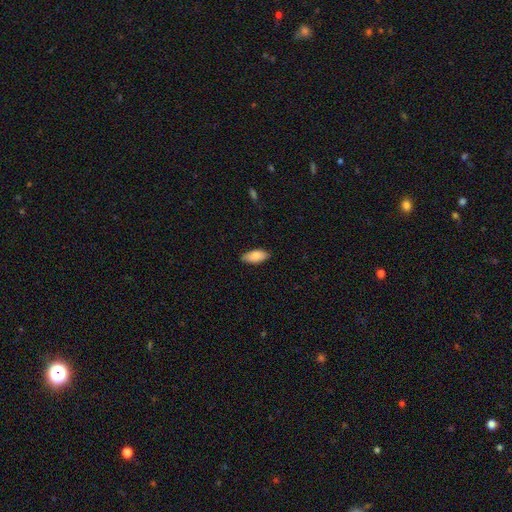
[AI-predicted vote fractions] Smooth or featured? smooth (83%)
How rounded? in between (87%)
Merging? none (83%)